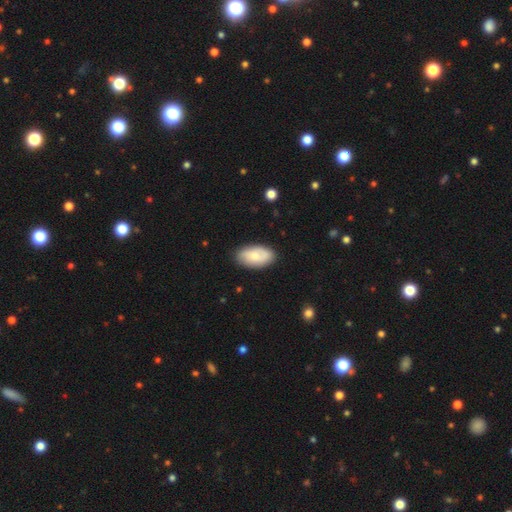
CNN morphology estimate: Smooth or featured? Predicted: smooth (p=0.66). How rounded? Predicted: in between (p=0.94). Merging? Predicted: none (p=0.82).